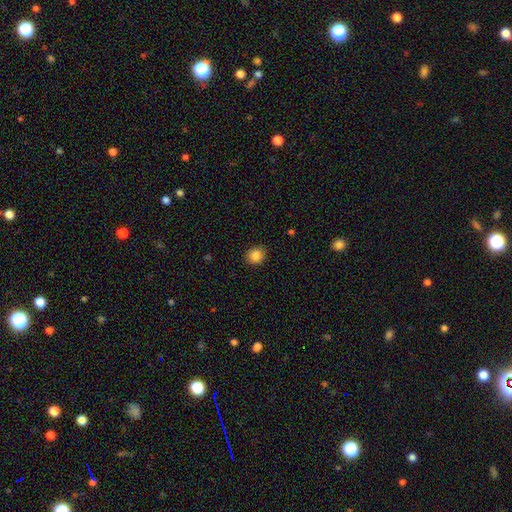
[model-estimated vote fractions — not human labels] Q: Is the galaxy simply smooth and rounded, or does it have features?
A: smooth — 85%.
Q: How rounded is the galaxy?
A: round — 78%.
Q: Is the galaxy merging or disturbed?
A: none — 89%.